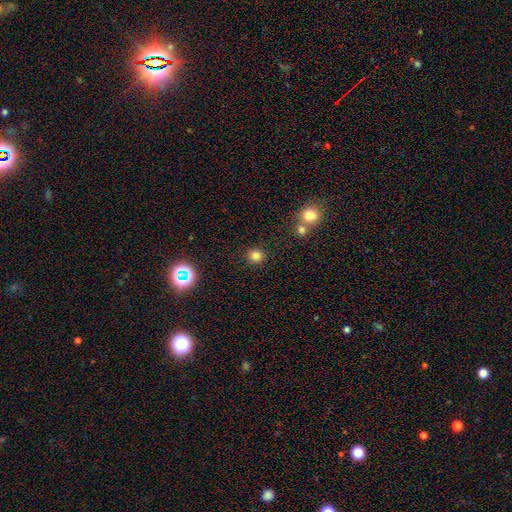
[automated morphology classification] A smooth galaxy with no disk features (80%) that is round (91%).

Vote fractions:
- Smooth or featured? smooth: 80% / star or artifact: 15% / featured or disk: 5%
- How rounded? round: 91% / in between: 8% / cigar-shaped: 1%
- Merging? none: 88% / minor disturbance: 6% / merger: 4% / major disturbance: 3%